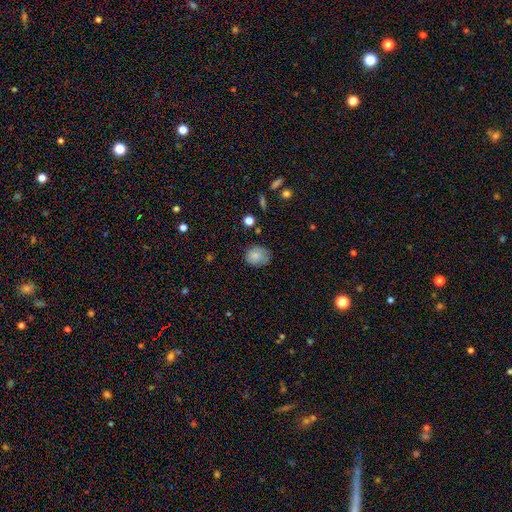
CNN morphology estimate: Q: Smooth or featured?
A: smooth (80%); runner-up: featured or disk (10%)
Q: How rounded?
A: round (51%); runner-up: in between (48%)
Q: Merging?
A: none (61%); runner-up: minor disturbance (29%)